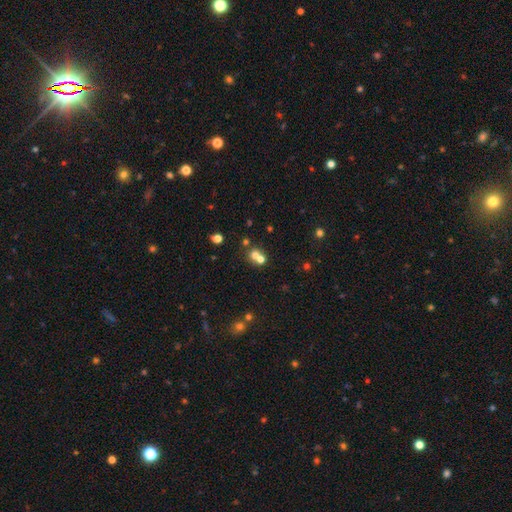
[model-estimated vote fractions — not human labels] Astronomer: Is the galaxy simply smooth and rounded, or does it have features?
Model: smooth — 62%.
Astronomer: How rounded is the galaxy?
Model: round — 80%.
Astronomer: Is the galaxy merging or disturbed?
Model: merger — 48% (runner-up: none, 42%).